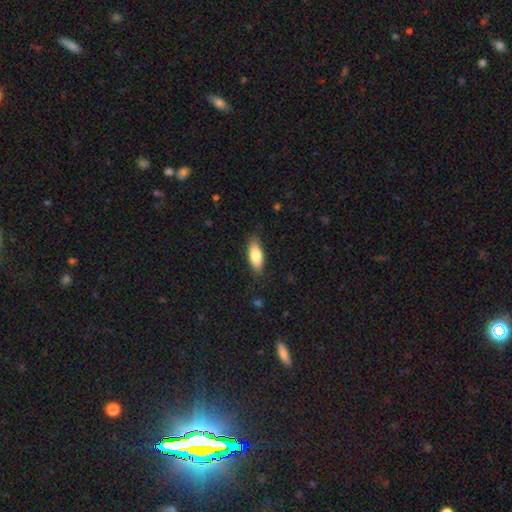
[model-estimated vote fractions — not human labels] A smooth galaxy with no disk features (80%) that is in between round and cigar-shaped (75%).

Vote fractions:
- Smooth or featured? smooth: 80% / featured or disk: 14% / star or artifact: 6%
- How rounded? in between: 75% / cigar-shaped: 23% / round: 2%
- Merging? none: 82% / minor disturbance: 14% / major disturbance: 3% / merger: 1%